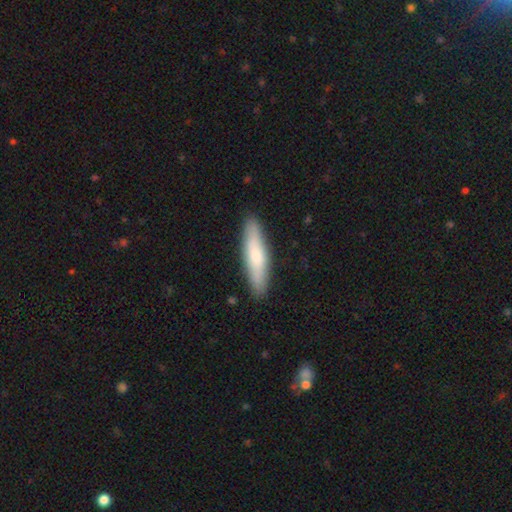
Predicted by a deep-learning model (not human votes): smooth-or-featured: smooth: 69% | featured or disk: 26% | star or artifact: 5%
  how-rounded: cigar-shaped: 80% | in between: 18% | round: 1%
  merging: none: 89% | minor disturbance: 9% | major disturbance: 2% | merger: 1%